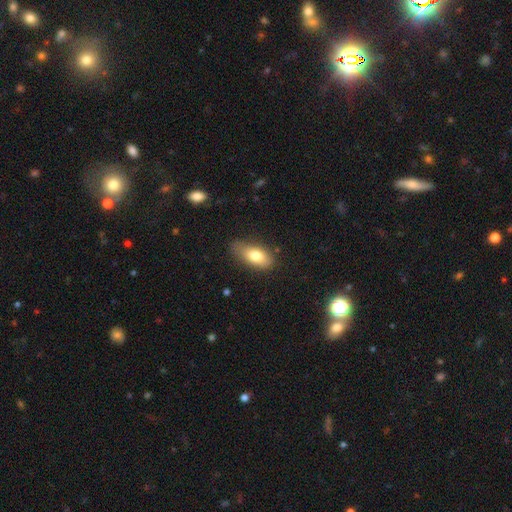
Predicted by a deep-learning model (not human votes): Smooth or featured: smooth — 78% (featured or disk — 15%)
How rounded: in between — 87% (cigar-shaped — 9%)
Merging: none — 64% (minor disturbance — 27%)